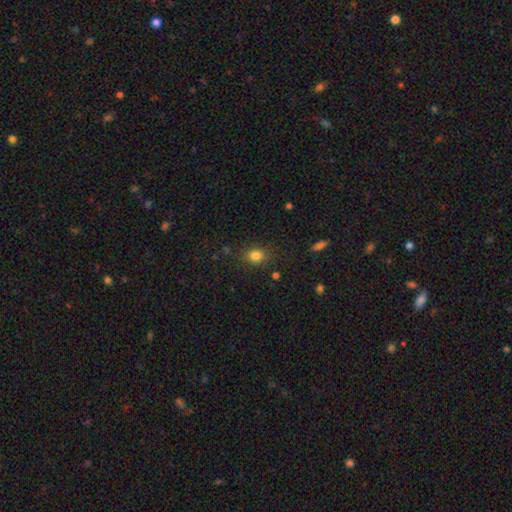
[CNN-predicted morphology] Smooth or featured?
  - smooth: 81% *
  - star or artifact: 12%
  - featured or disk: 6%
How rounded?
  - round: 53% *
  - in between: 46%
  - cigar-shaped: 1%
Merging?
  - none: 80% *
  - minor disturbance: 14%
  - major disturbance: 4%
  - merger: 2%